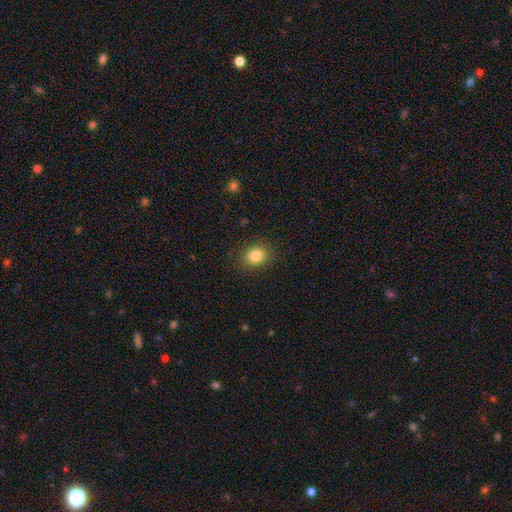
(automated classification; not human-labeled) Smooth or featured?
  - smooth: 84% *
  - star or artifact: 10%
  - featured or disk: 6%
How rounded?
  - round: 58% *
  - in between: 41%
  - cigar-shaped: 1%
Merging?
  - none: 86% *
  - minor disturbance: 10%
  - major disturbance: 3%
  - merger: 1%